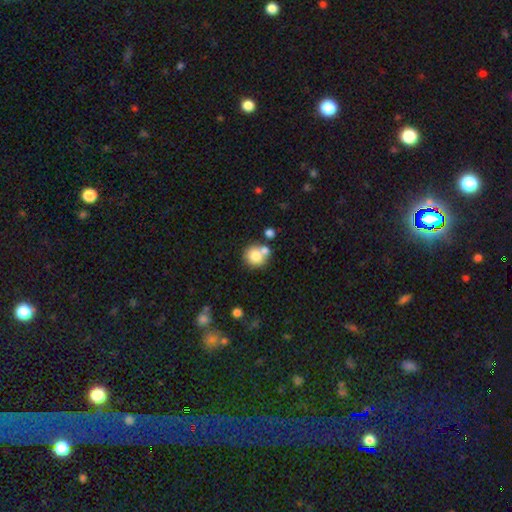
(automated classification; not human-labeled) Smooth or featured?
  - smooth: 78% *
  - featured or disk: 13%
  - star or artifact: 10%
How rounded?
  - round: 89% *
  - in between: 10%
  - cigar-shaped: 1%
Merging?
  - none: 56% *
  - merger: 31%
  - minor disturbance: 10%
  - major disturbance: 3%